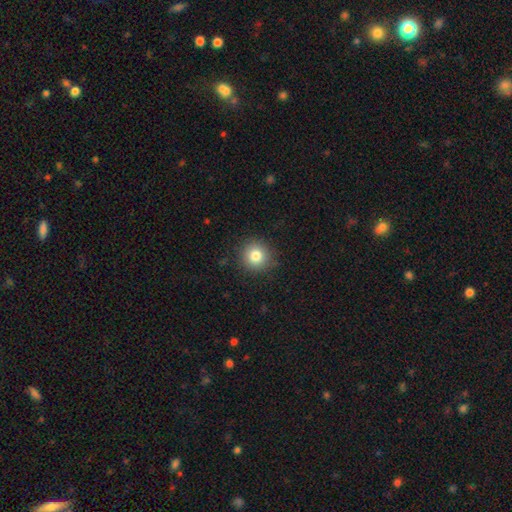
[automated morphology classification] This is clearly a smooth galaxy (81%). How rounded: clearly round (93%). Merging: clearly none (88%).